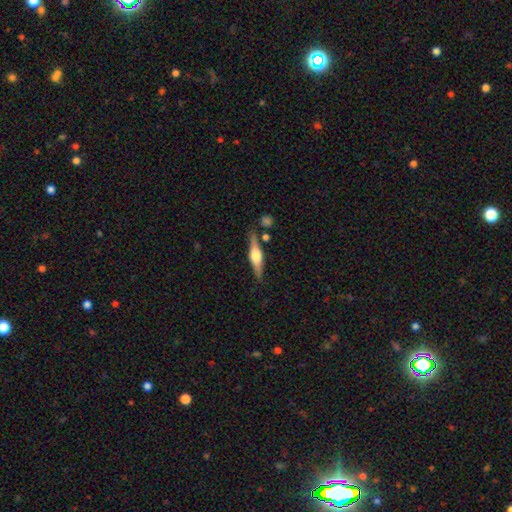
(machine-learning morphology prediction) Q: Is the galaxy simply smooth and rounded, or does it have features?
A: featured or disk — 69%.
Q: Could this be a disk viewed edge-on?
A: yes — 96%.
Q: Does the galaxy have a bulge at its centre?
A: rounded — 91%.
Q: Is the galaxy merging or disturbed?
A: none — 81%.